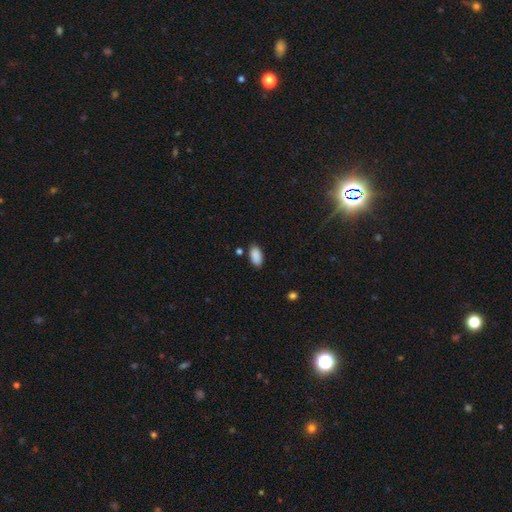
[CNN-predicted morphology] smooth_or_featured: smooth (p=0.89) [alt: star or artifact p=0.07]
how_rounded: in between (p=0.94) [alt: round p=0.03]
merging: none (p=0.83) [alt: minor disturbance p=0.11]